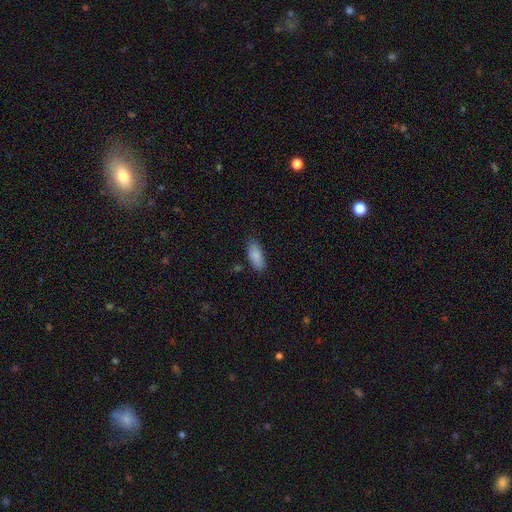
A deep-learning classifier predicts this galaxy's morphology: Smooth or featured?
  - smooth: 86% *
  - featured or disk: 7%
  - star or artifact: 7%
How rounded?
  - in between: 81% *
  - cigar-shaped: 17%
  - round: 2%
Merging?
  - none: 79% *
  - minor disturbance: 16%
  - major disturbance: 3%
  - merger: 2%